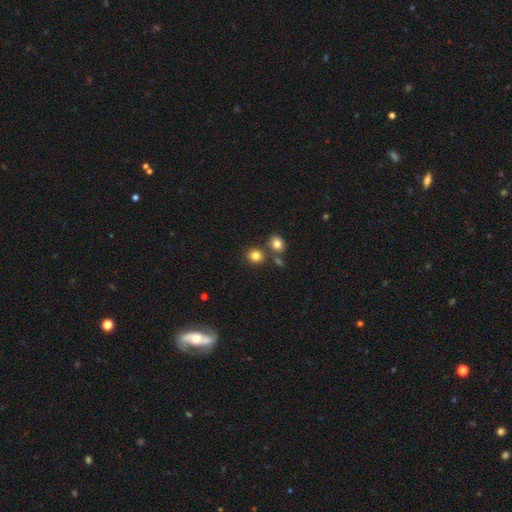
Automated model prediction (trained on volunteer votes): smooth_or_featured: smooth (p=0.82) [alt: star or artifact p=0.12]
how_rounded: round (p=0.81) [alt: in between p=0.18]
merging: none (p=0.72) [alt: merger p=0.16]